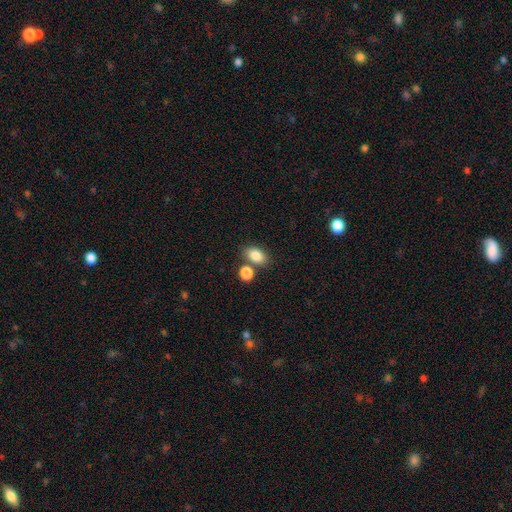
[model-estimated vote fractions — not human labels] Smooth or featured? Predicted: smooth (p=0.84). How rounded? Predicted: in between (p=0.82). Merging? Predicted: none (p=0.67).